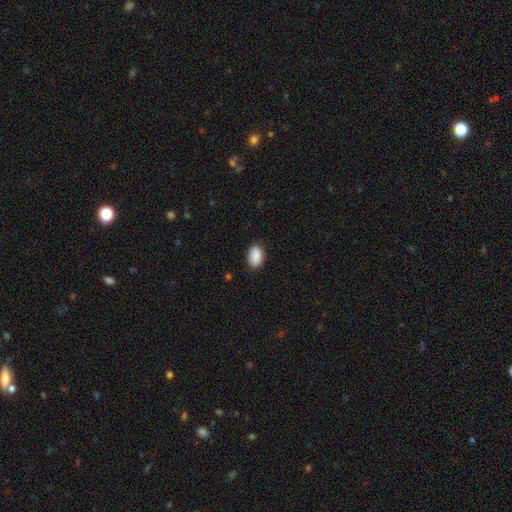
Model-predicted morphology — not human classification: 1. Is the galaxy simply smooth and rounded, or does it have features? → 90% smooth, 7% star or artifact, 3% featured or disk.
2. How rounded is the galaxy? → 91% in between, 8% round, 2% cigar-shaped.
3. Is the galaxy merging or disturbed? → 87% none, 10% minor disturbance, 2% major disturbance, 1% merger.